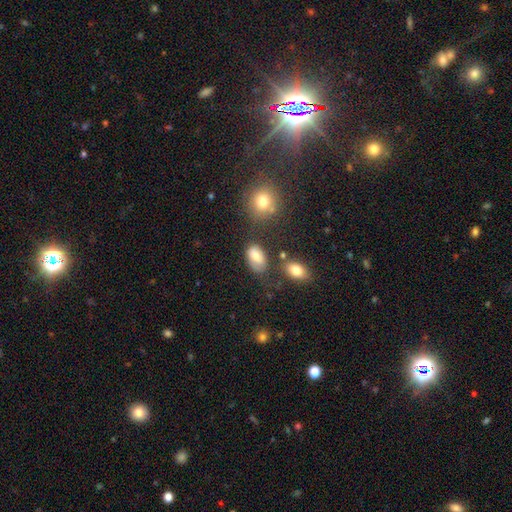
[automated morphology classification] Smooth or featured? Predicted: smooth (p=0.78). How rounded? Predicted: in between (p=0.90). Merging? Predicted: none (p=0.58).